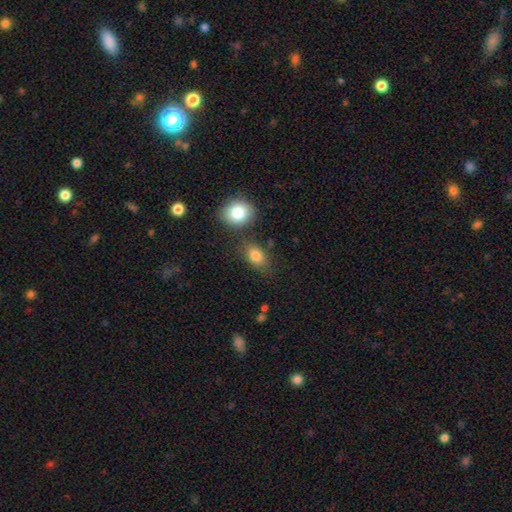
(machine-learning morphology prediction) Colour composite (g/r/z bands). It shows a smooth galaxy with no disk features (82%) that is in between round and cigar-shaped (80%). Merging: none (71%).